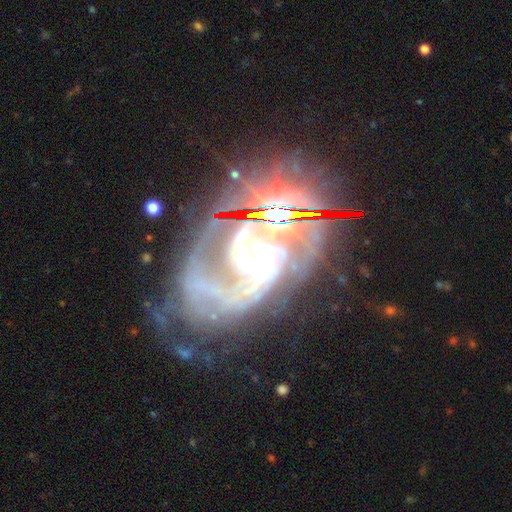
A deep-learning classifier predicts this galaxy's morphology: A featured or disk galaxy (81%) with no bar (45%), 2 (62%) medium (50%) spiral arms (92%) and a moderate central bulge (42%). Merging: none (42%).